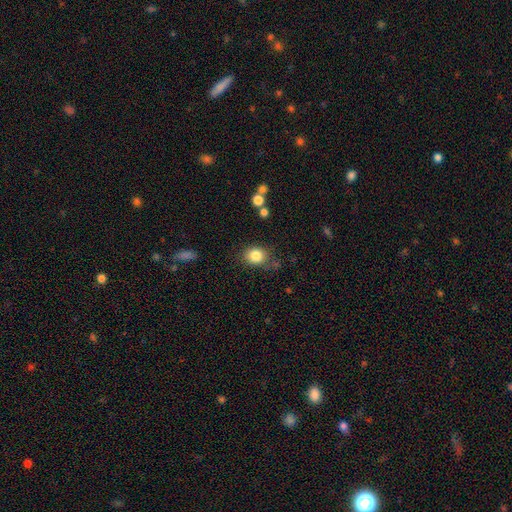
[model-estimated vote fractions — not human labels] This appears to be a smooth galaxy with no disk features (84%) that is round (61%). Merging: none (75%).